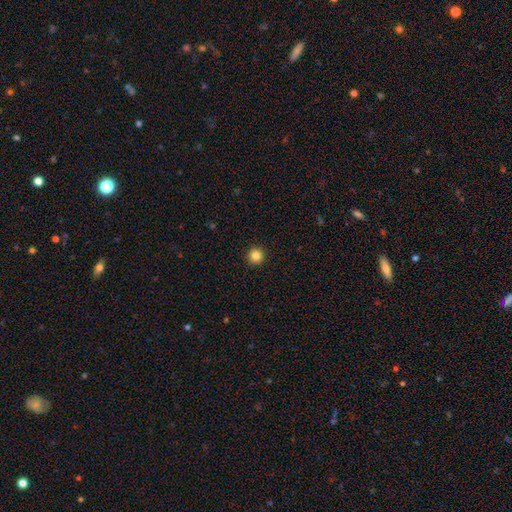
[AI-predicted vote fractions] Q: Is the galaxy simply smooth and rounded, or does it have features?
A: smooth — 84%.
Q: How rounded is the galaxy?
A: round — 96%.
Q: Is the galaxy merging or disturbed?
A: none — 94%.